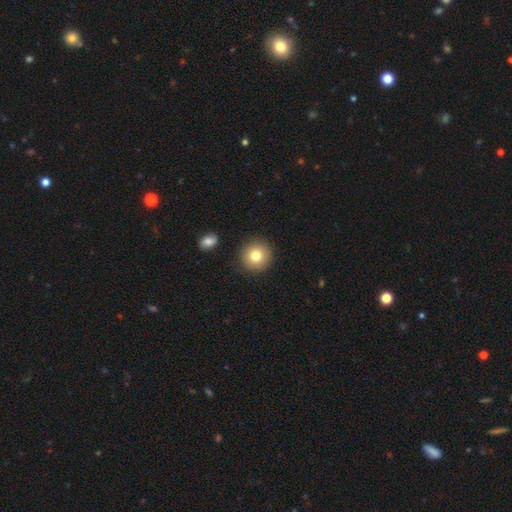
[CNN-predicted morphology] smooth_or_featured: smooth (p=0.79) [alt: featured or disk p=0.11]
how_rounded: round (p=0.93) [alt: in between p=0.06]
merging: none (p=0.89) [alt: minor disturbance p=0.07]